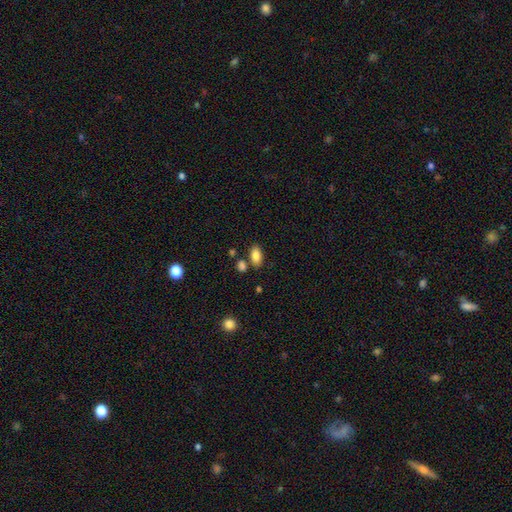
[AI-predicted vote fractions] Smooth or featured? Predicted: smooth (p=0.84). How rounded? Predicted: in between (p=0.91). Merging? Predicted: none (p=0.77).